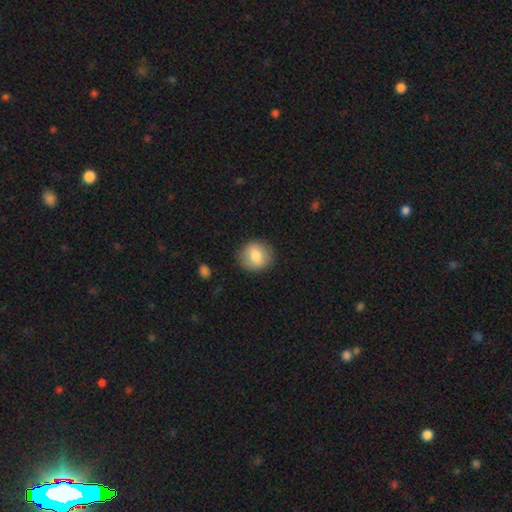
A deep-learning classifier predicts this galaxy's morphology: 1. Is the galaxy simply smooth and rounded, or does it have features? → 78% smooth, 14% featured or disk, 8% star or artifact.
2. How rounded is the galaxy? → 84% round, 15% in between, 1% cigar-shaped.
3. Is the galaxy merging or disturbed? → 87% none, 9% minor disturbance, 3% major disturbance, 1% merger.